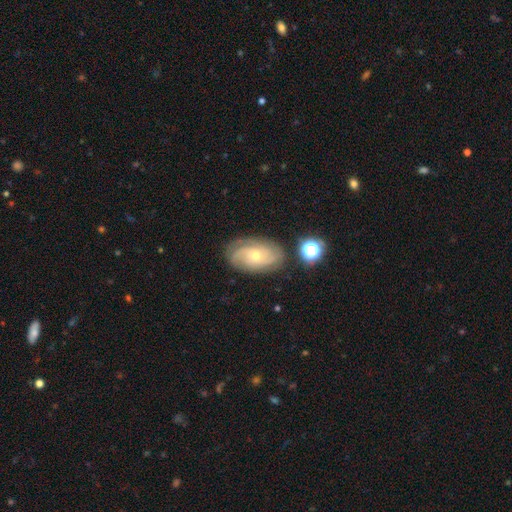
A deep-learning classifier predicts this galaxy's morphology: The model was most divided on "spiral arm count": 3: 34%, can't tell: 25%, 2: 22%, 4: 10%, 1: 5%, more than 4: 4%. More confident: edge-on disk — no (96%); spiral arms — yes (94%); merging — none (78%); smooth or featured — featured or disk (77%); bar — no (76%); bulge size — small (57%); spiral winding — tight (55%).